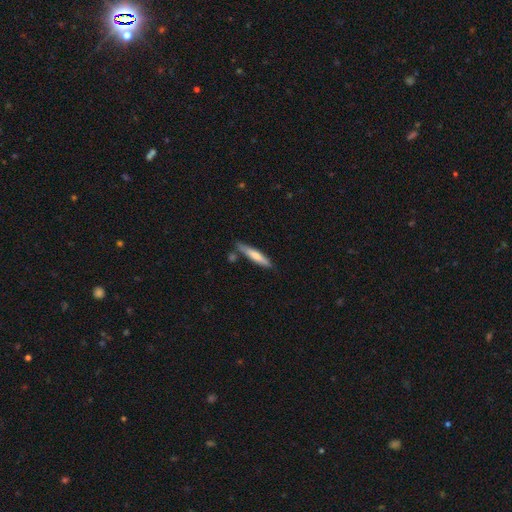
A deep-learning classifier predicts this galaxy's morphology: The model was most divided on "smooth or featured": smooth: 65%, featured or disk: 30%, star or artifact: 5%. More confident: how rounded — cigar-shaped (88%); merging — none (76%).